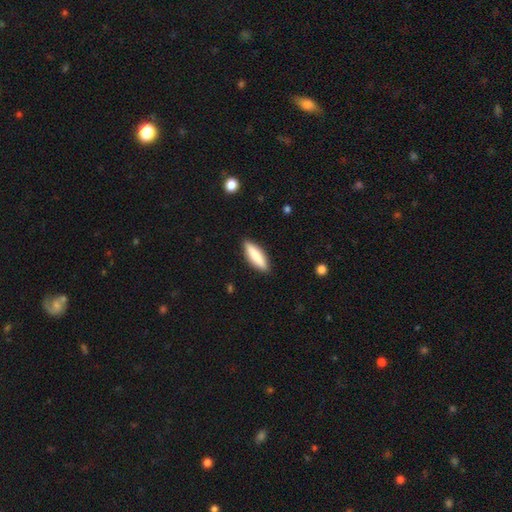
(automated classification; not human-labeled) smooth-or-featured: smooth: 81% | featured or disk: 14% | star or artifact: 5%
  how-rounded: cigar-shaped: 65% | in between: 34% | round: 2%
  merging: none: 89% | minor disturbance: 8% | major disturbance: 2% | merger: 1%